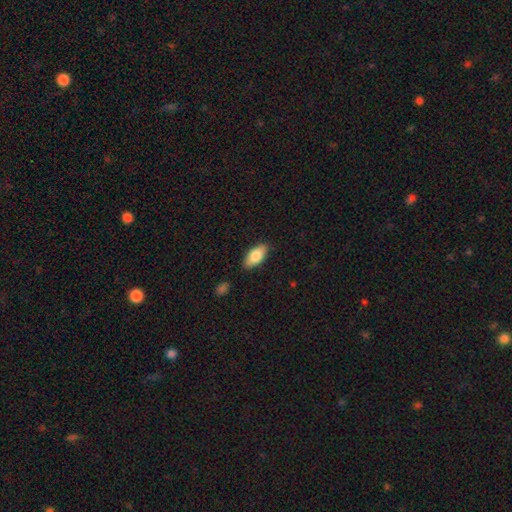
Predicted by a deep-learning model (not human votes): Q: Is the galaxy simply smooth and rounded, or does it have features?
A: smooth — 80%.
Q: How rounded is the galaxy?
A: in between — 90%.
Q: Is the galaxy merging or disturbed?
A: none — 87%.